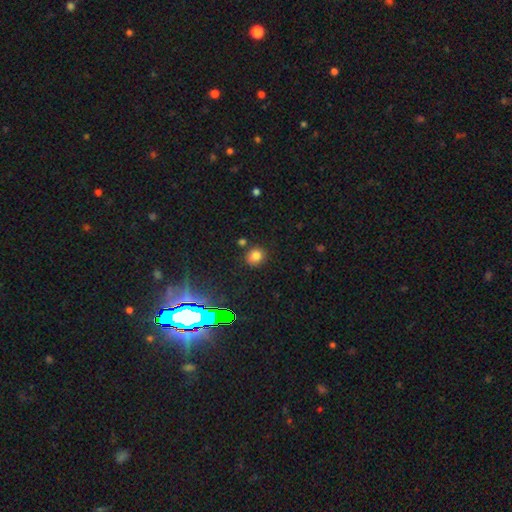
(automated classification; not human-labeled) Morphology: type=smooth (77%); roundness=round (80%); merging=none (81%).